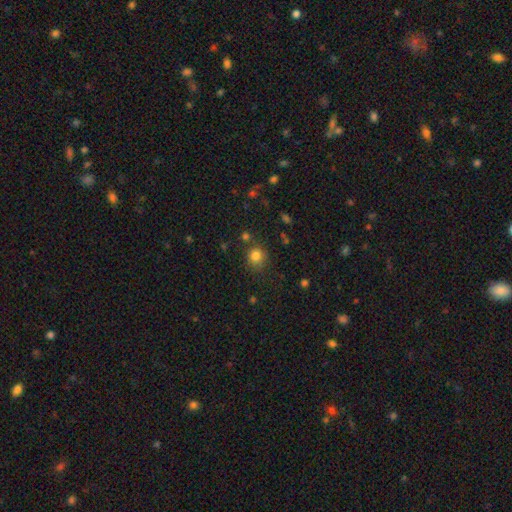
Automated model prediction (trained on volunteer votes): Q: Smooth or featured?
A: smooth (81%); runner-up: star or artifact (14%)
Q: How rounded?
A: round (86%); runner-up: in between (13%)
Q: Merging?
A: none (78%); runner-up: minor disturbance (12%)